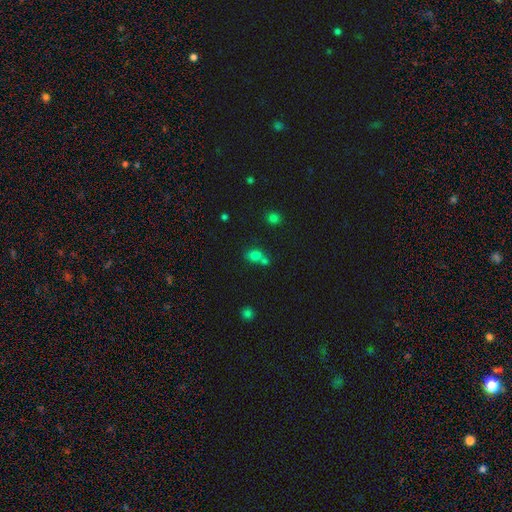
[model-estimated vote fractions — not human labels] This is likely a smooth galaxy (75%). How rounded: possibly in between (55%). Merging: possibly merger (47%).